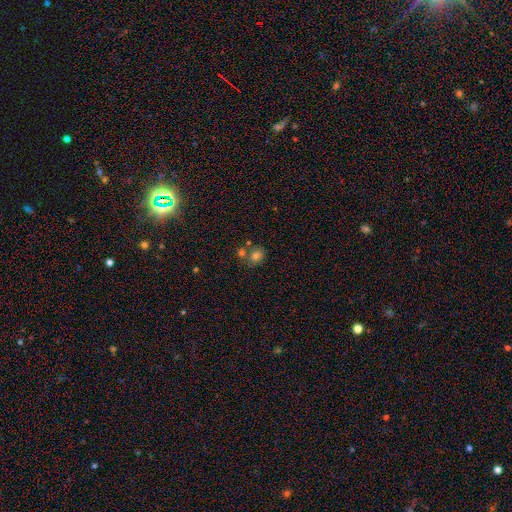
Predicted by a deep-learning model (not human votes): smooth_or_featured: smooth (p=0.76) [alt: star or artifact p=0.14]
how_rounded: round (p=0.68) [alt: in between p=0.31]
merging: none (p=0.56) [alt: merger p=0.28]